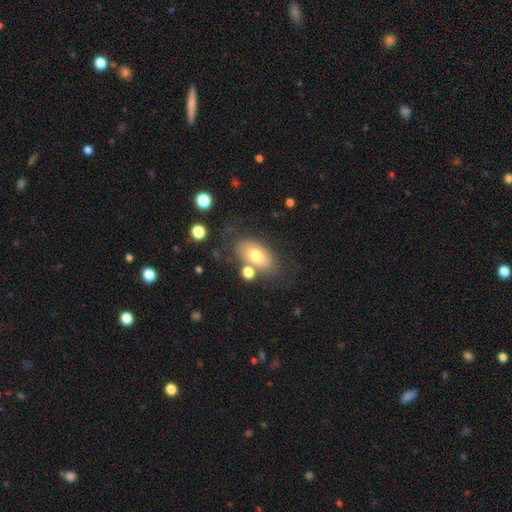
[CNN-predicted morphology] smooth 68%, featured or disk 24%, star or artifact 8%. Down the decision tree: how rounded — in between (90%); merging — none (62%).